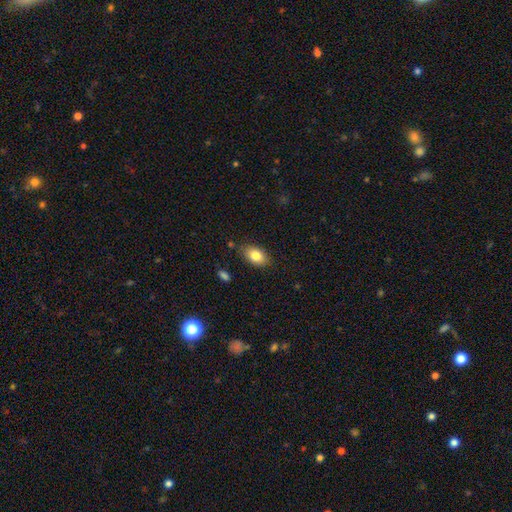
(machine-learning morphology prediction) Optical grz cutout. It shows a smooth galaxy with no disk features (83%) that is in between round and cigar-shaped (89%). Merging: none (82%).